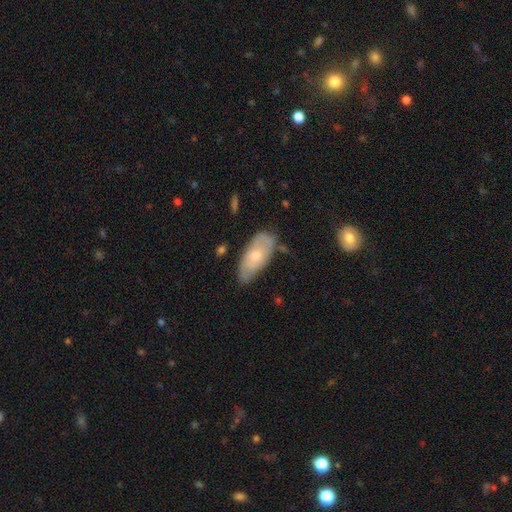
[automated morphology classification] Smooth or featured? smooth (56%)
How rounded? in between (88%)
Merging? none (61%)